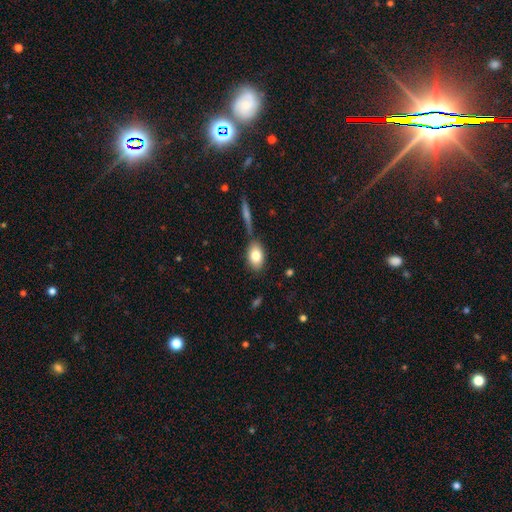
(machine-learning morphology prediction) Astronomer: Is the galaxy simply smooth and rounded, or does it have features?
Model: smooth — 80%.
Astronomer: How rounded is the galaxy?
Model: in between — 89%.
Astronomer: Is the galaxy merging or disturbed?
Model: none — 73%.